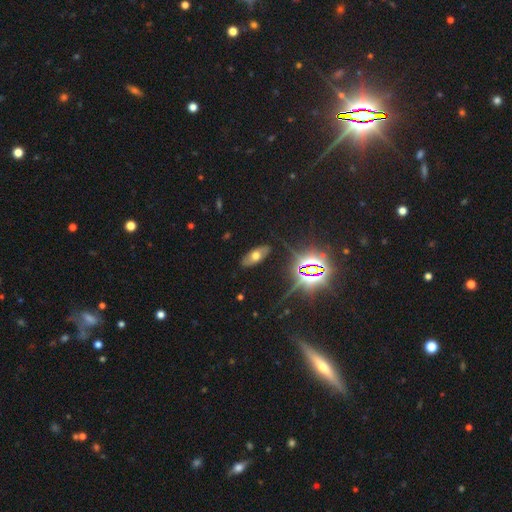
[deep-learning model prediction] This is marginally a smooth galaxy (44%). Merging: clearly none (84%).